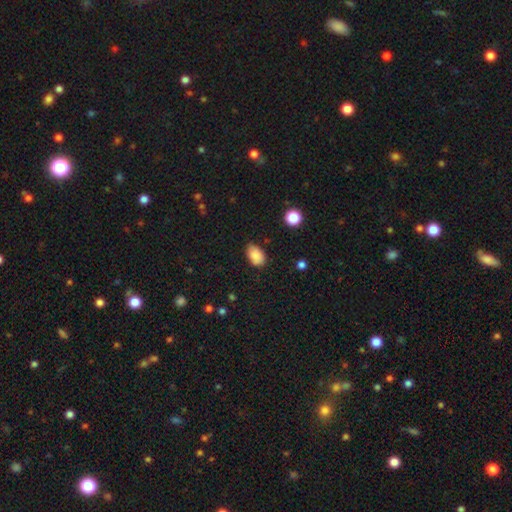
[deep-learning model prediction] smooth 87%, star or artifact 8%, featured or disk 5%. Down the decision tree: how rounded — in between (90%); merging — none (78%).